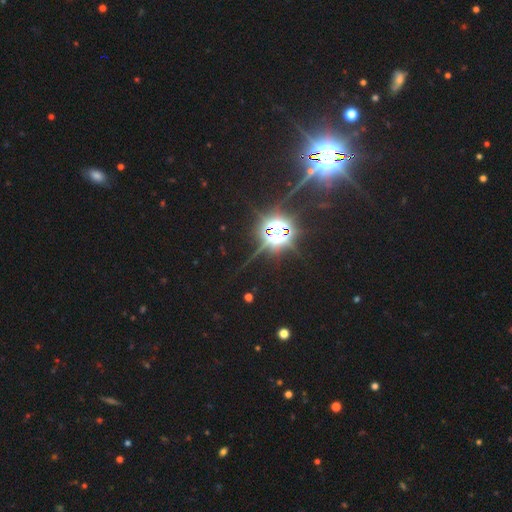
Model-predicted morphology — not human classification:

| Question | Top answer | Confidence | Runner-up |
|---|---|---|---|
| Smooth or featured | star or artifact | 85% | smooth (9%) |